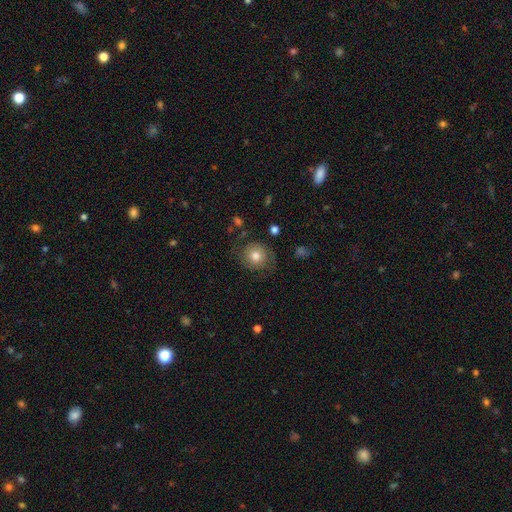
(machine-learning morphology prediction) type=smooth (62%); roundness=round (87%); merging=none (71%).